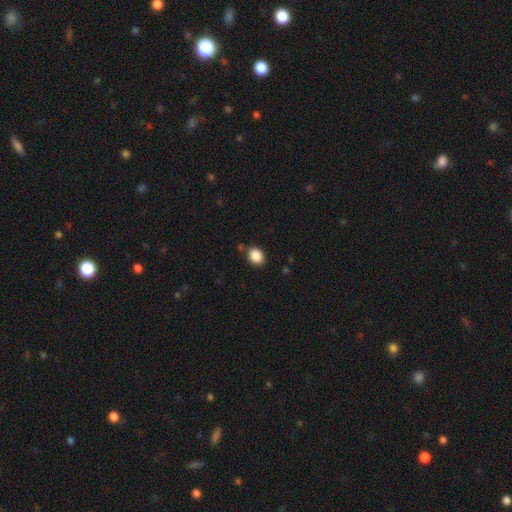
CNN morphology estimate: A smooth galaxy with no disk features (88%) that is in between round and cigar-shaped (50%).

Vote fractions:
- Smooth or featured? smooth: 88% / star or artifact: 9% / featured or disk: 3%
- How rounded? in between: 50% / round: 49% / cigar-shaped: 1%
- Merging? none: 82% / minor disturbance: 12% / merger: 3% / major disturbance: 3%